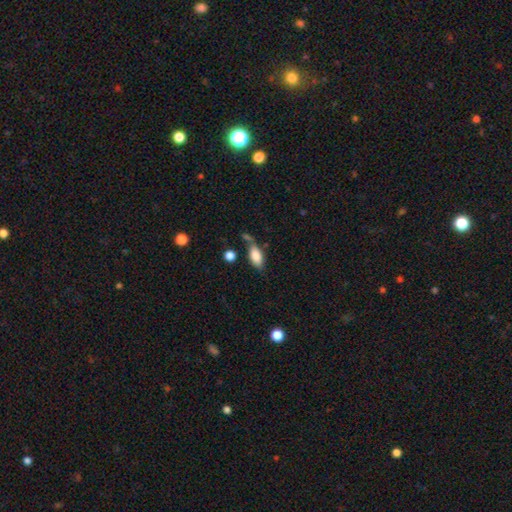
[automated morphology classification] Smooth or featured? smooth (80%)
How rounded? in between (87%)
Merging? none (52%)